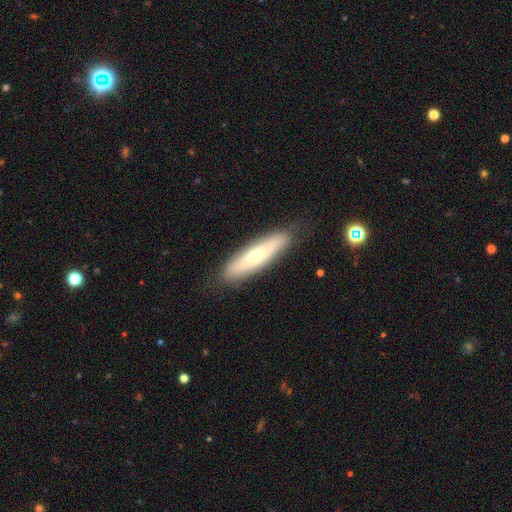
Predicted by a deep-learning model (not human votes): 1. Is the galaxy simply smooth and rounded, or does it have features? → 58% smooth, 35% featured or disk, 7% star or artifact.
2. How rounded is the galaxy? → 73% cigar-shaped, 25% in between, 2% round.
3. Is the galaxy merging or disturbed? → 84% none, 12% minor disturbance, 3% major disturbance, 1% merger.